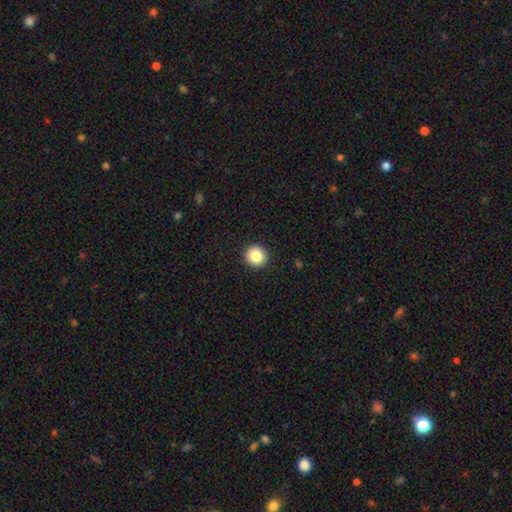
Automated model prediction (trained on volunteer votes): Smooth or featured? Predicted: smooth (p=0.86). How rounded? Predicted: round (p=0.91). Merging? Predicted: none (p=0.93).